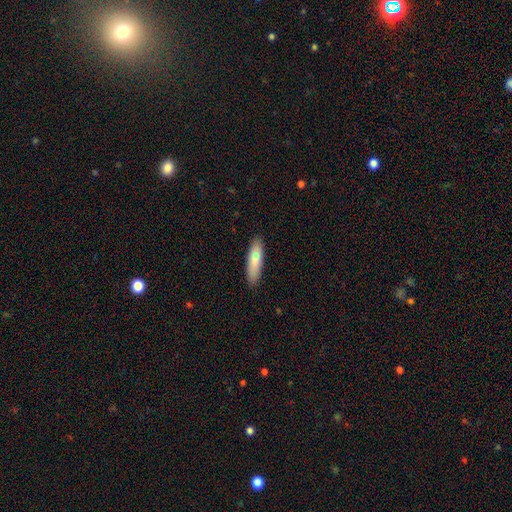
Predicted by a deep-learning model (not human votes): Morphology: type=smooth (81%); roundness=cigar-shaped (68%); merging=none (88%).